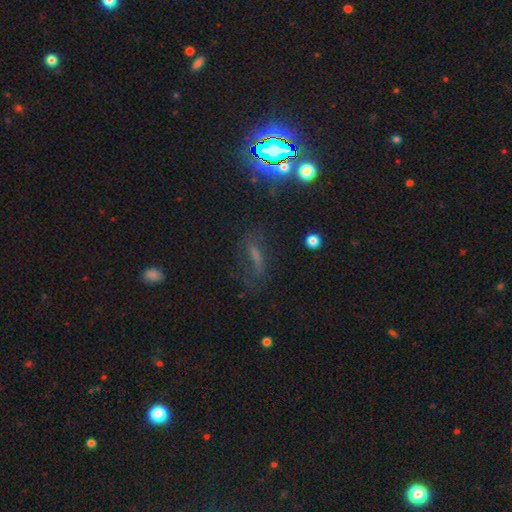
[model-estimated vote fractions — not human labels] Smooth or featured: featured or disk — 34% (smooth — 33%)
Merging: none — 56% (minor disturbance — 21%)